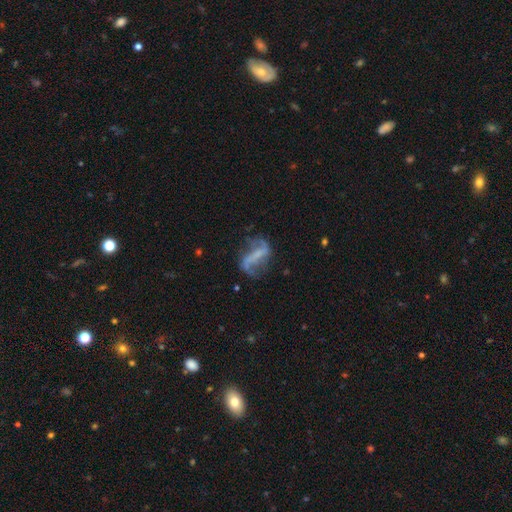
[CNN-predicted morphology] Smooth or featured? featured or disk (79%)
Edge-on disk? no (95%)
Bar? strong (54%)
Spiral arms? yes (85%)
Spiral winding? loose (75%)
Spiral arm count? 2 (87%)
Bulge size? none (51%)
Merging? none (58%)